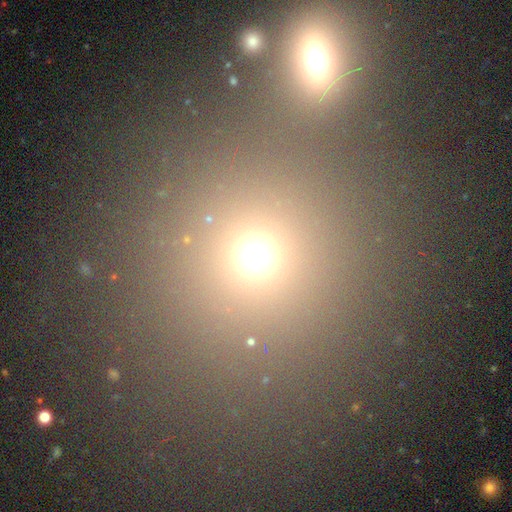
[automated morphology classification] Q: Smooth or featured?
A: smooth (58%); runner-up: star or artifact (27%)
Q: How rounded?
A: round (78%); runner-up: in between (20%)
Q: Merging?
A: none (81%); runner-up: minor disturbance (9%)